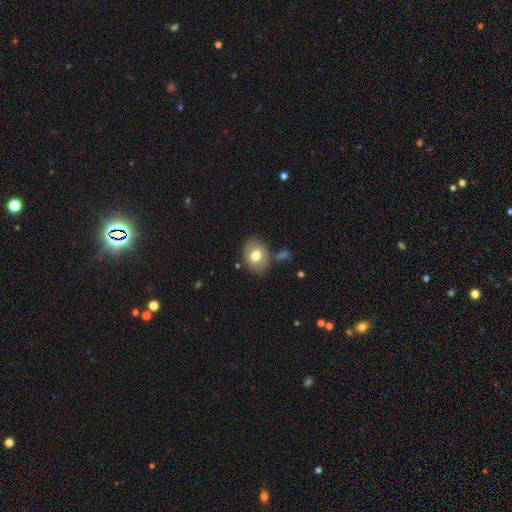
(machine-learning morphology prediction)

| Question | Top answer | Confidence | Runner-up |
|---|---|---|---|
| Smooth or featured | smooth | 70% | featured or disk (23%) |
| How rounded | in between | 59% | round (40%) |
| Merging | none | 77% | minor disturbance (13%) |